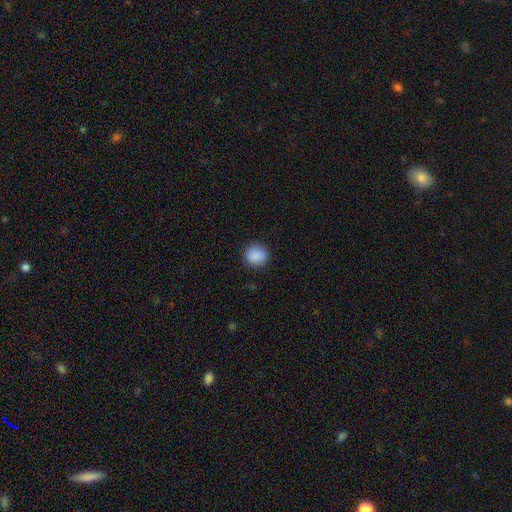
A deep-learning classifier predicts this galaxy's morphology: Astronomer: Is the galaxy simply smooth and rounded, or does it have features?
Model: smooth — 89%.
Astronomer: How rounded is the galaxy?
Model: round — 84%.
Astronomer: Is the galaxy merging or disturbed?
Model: none — 89%.